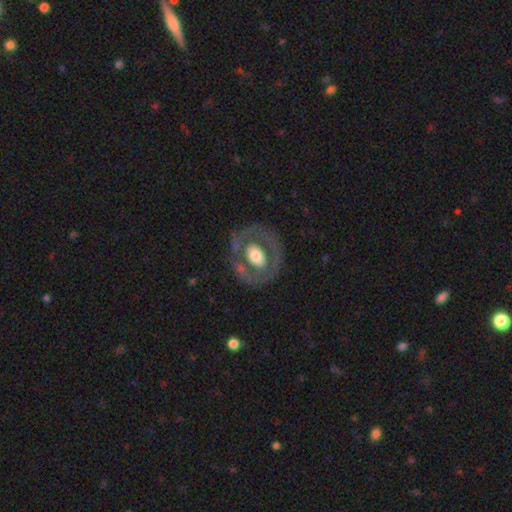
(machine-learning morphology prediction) type=featured or disk (57%); edge-on=no (95%); bar=no (71%); spiral arms=no (80%); bulge=moderate (51%); merging=none (72%).